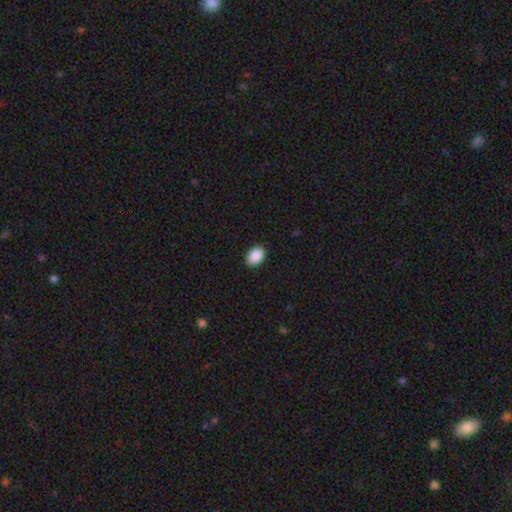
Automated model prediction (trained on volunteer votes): This is clearly a smooth galaxy (90%). How rounded: clearly in between (85%). Merging: clearly none (89%).